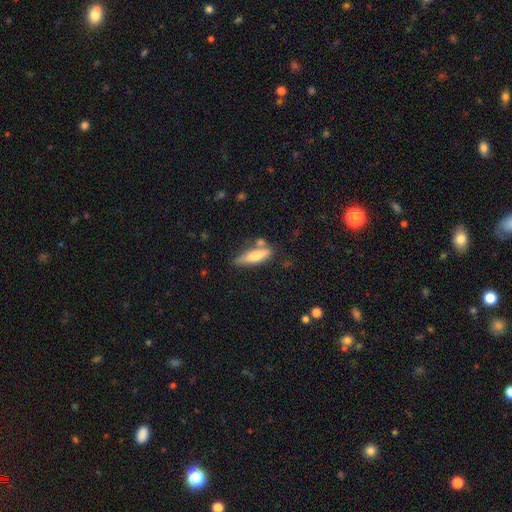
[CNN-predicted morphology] Overall: smooth (72%). How rounded: cigar-shaped (55%; in between 43%). Merging: none (56%; minor disturbance 23%).